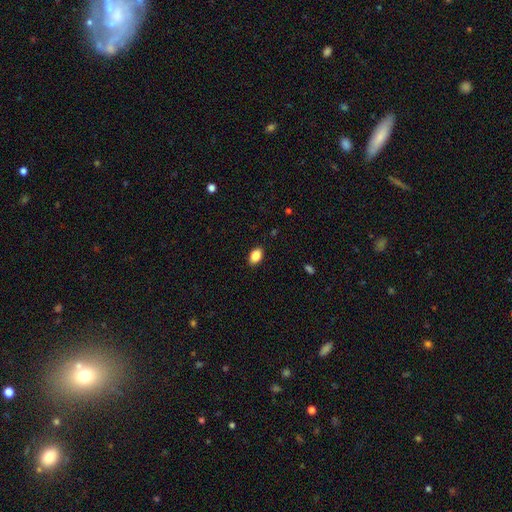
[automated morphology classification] type=smooth (87%); roundness=in between (87%); merging=none (89%).